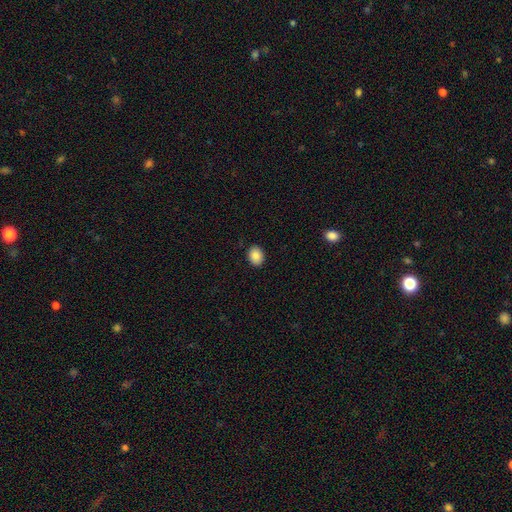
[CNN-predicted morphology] smooth 86%, star or artifact 8%, featured or disk 5%. Down the decision tree: how rounded — in between (59%); merging — none (90%).